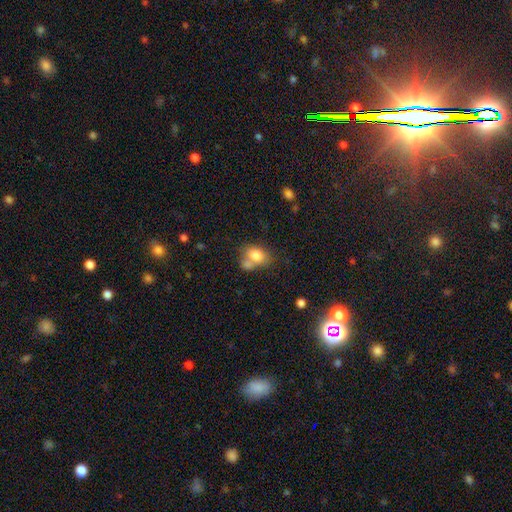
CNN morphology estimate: Q: Smooth or featured?
A: smooth (79%); runner-up: featured or disk (12%)
Q: How rounded?
A: in between (74%); runner-up: round (25%)
Q: Merging?
A: merger (41%); runner-up: none (37%)